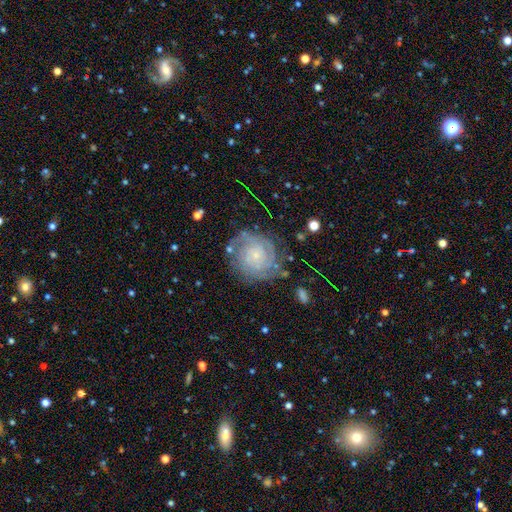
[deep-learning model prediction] Morphology: type=featured or disk (79%); edge-on=no (98%); bar=no (78%); spiral arms=yes (94%); winding=tight (76%); arm count=can't tell (34%); bulge=small (81%); merging=none (71%).